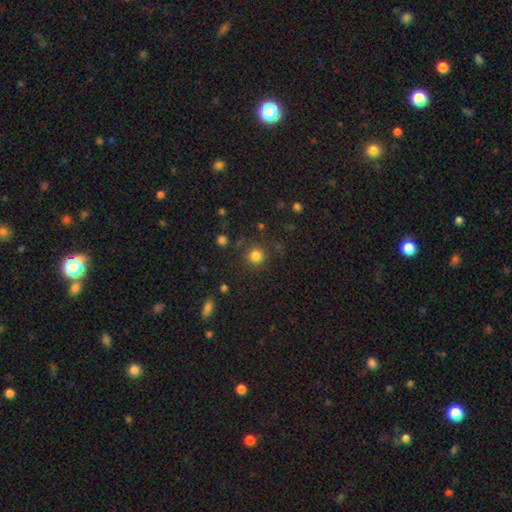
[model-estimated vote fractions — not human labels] Smooth or featured? Predicted: smooth (p=0.82). How rounded? Predicted: round (p=0.94). Merging? Predicted: none (p=0.86).